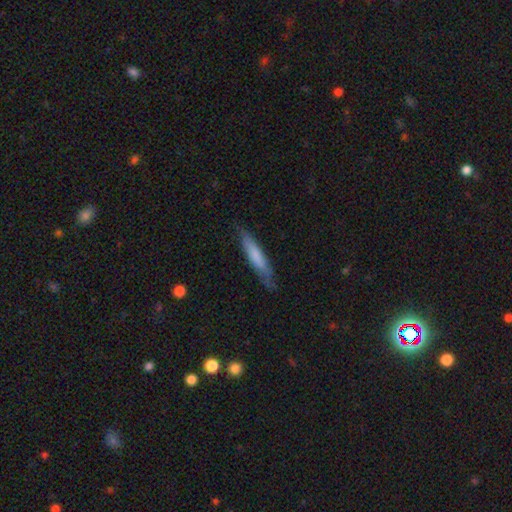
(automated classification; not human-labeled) Overall: smooth (66%; featured or disk 28%). How rounded: cigar-shaped (88%). Merging: none (75%).